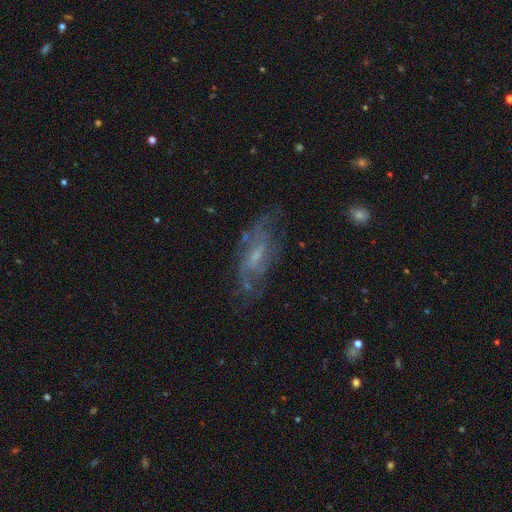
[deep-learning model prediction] The model was most divided on "bar": weak: 47%, no: 41%, strong: 11%. More confident: edge-on disk — no (87%); spiral arms — yes (76%); smooth or featured — featured or disk (70%); merging — none (62%); bulge size — small (57%).